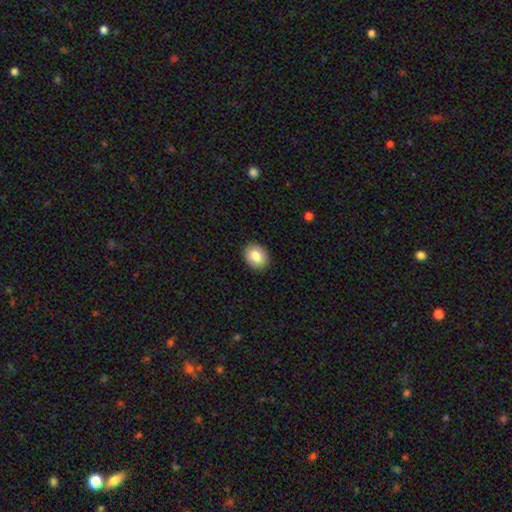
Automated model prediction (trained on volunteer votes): Overall: smooth (84%). How rounded: round (52%; in between 47%). Merging: none (91%).